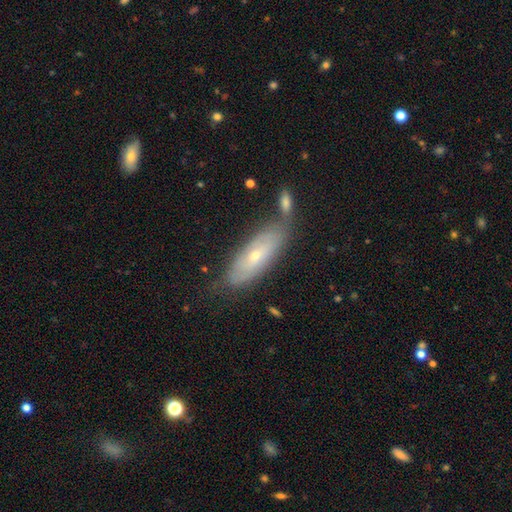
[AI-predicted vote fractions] featured or disk 47%, smooth 46%, star or artifact 7%. Down the decision tree: merging — none (63%).